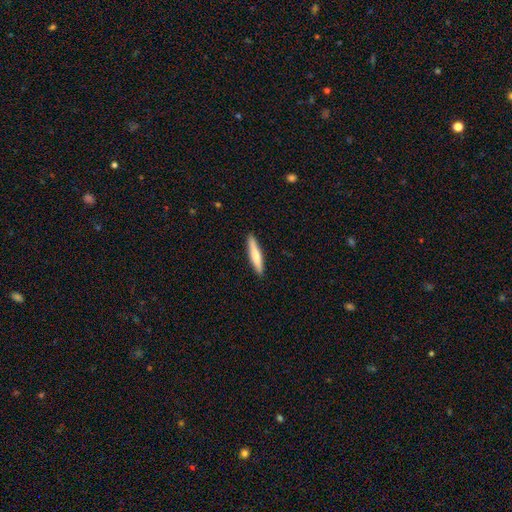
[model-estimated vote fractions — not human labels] Morphology: type=smooth (68%); roundness=cigar-shaped (90%); merging=none (90%).